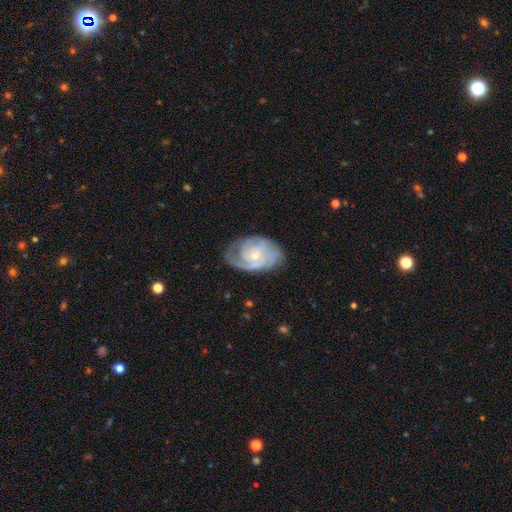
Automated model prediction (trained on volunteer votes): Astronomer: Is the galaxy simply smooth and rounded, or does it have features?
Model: featured or disk — 85%.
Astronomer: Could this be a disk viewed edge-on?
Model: no — 97%.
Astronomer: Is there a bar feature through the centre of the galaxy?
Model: no — 71%.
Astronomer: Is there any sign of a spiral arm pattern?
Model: yes — 96%.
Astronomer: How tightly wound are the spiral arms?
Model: tight — 60%.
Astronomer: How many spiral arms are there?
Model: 3 — 29% (runner-up: 2, 26%).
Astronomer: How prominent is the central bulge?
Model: small — 66%.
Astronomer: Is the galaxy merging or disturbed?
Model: none — 69%.